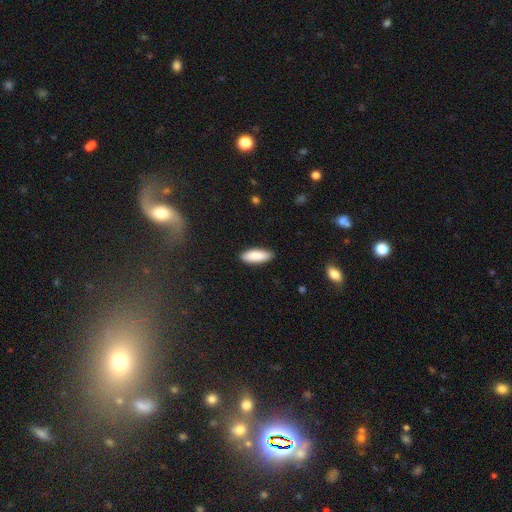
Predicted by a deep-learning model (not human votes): Overall: smooth (88%). How rounded: in between (66%; cigar-shaped 33%). Merging: none (88%).